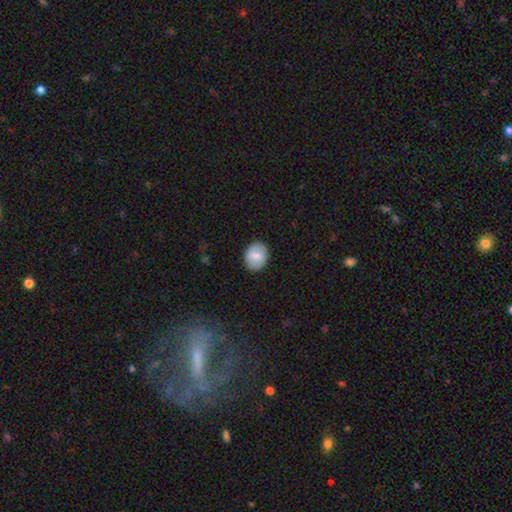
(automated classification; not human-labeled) Smooth or featured? Predicted: smooth (p=0.77). How rounded? Predicted: in between (p=0.51). Merging? Predicted: none (p=0.87).